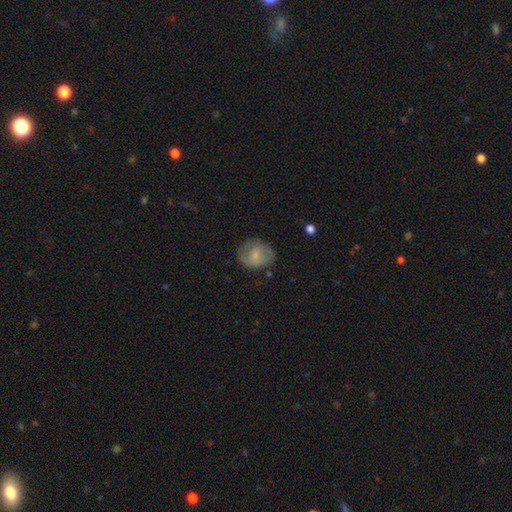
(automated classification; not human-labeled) Smooth or featured: smooth — 58% (featured or disk — 35%)
How rounded: round — 62% (in between — 37%)
Merging: none — 66% (minor disturbance — 24%)